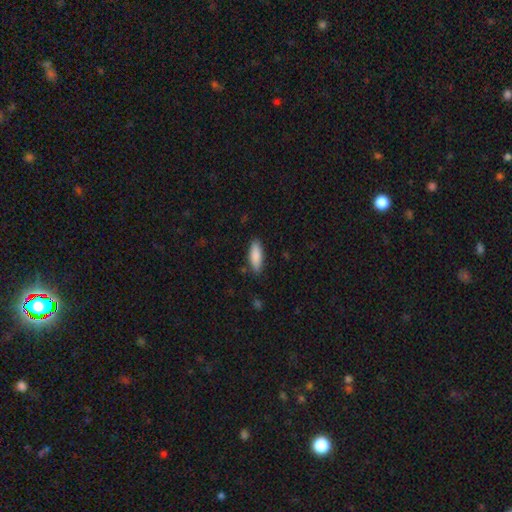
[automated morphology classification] Smooth or featured? Predicted: smooth (p=0.88). How rounded? Predicted: in between (p=0.63). Merging? Predicted: none (p=0.86).